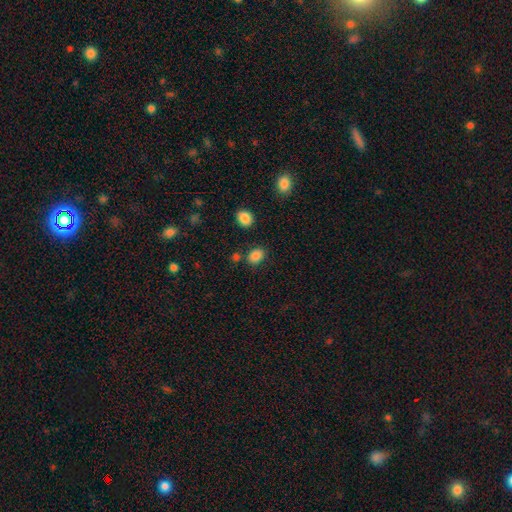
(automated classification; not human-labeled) Morphology: type=smooth (85%); roundness=in between (63%); merging=none (76%).